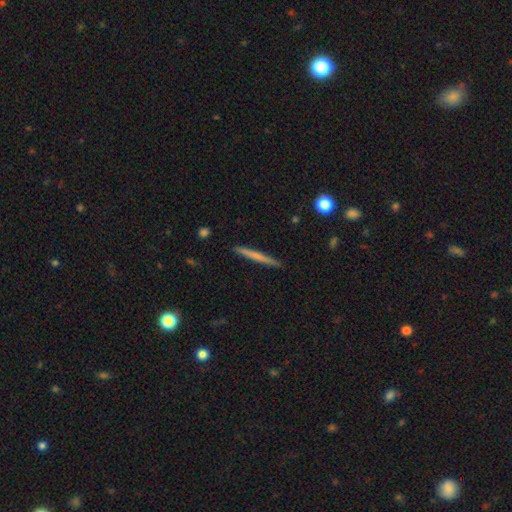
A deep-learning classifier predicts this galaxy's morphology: This is possibly a smooth galaxy (53%). How rounded: clearly cigar-shaped (96%). Merging: clearly none (91%).